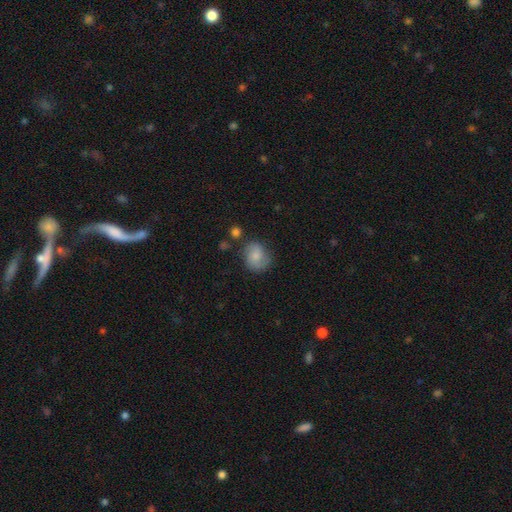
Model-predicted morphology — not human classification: Smooth or featured? Predicted: smooth (p=0.64). How rounded? Predicted: round (p=0.63). Merging? Predicted: none (p=0.64).